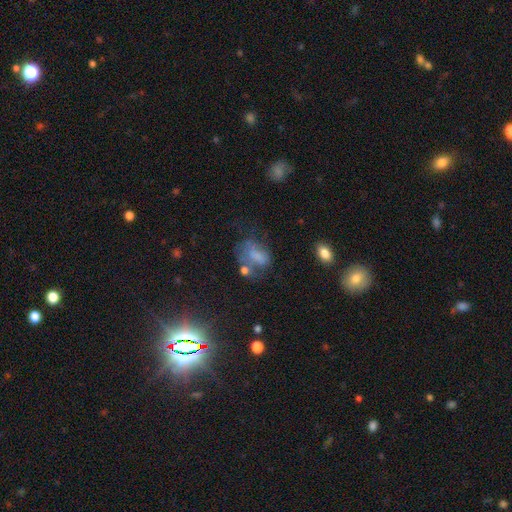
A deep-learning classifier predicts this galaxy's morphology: A smooth galaxy with no disk features (53%) that is in between round and cigar-shaped (77%). Merging: major disturbance (32%).